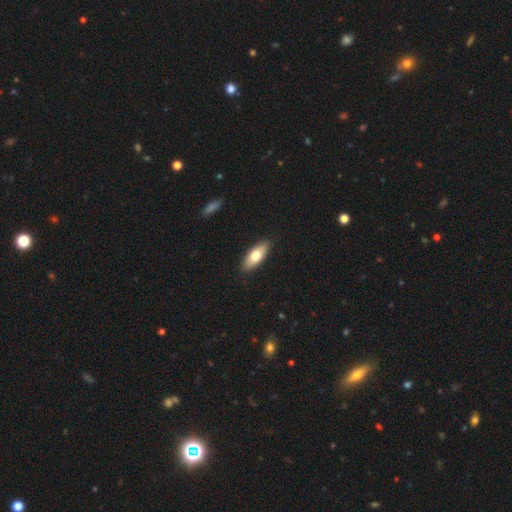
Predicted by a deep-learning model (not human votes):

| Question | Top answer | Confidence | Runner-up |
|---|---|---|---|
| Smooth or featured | smooth | 71% | featured or disk (23%) |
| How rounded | in between | 78% | cigar-shaped (20%) |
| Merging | none | 89% | minor disturbance (8%) |